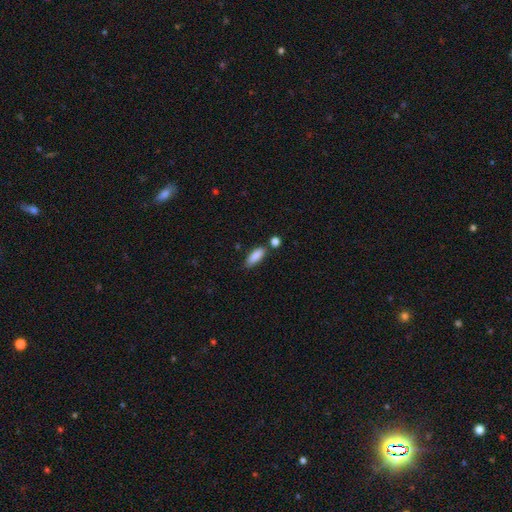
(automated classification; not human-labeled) A smooth galaxy with no disk features (87%) that is in between round and cigar-shaped (63%). Merging: none (70%).